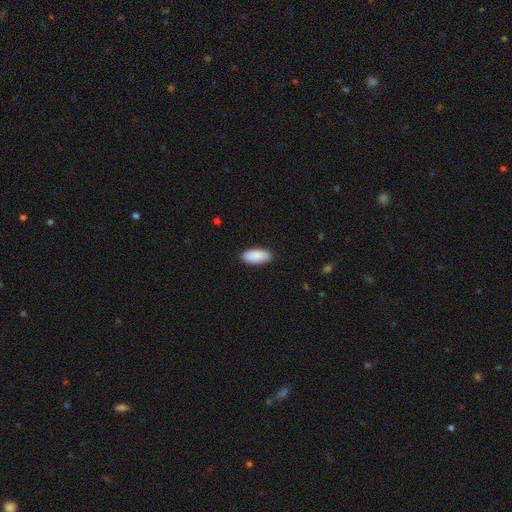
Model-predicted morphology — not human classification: smooth-or-featured: smooth: 89% | star or artifact: 6% | featured or disk: 5%
  how-rounded: in between: 91% | cigar-shaped: 8% | round: 2%
  merging: none: 87% | minor disturbance: 10% | major disturbance: 2% | merger: 1%